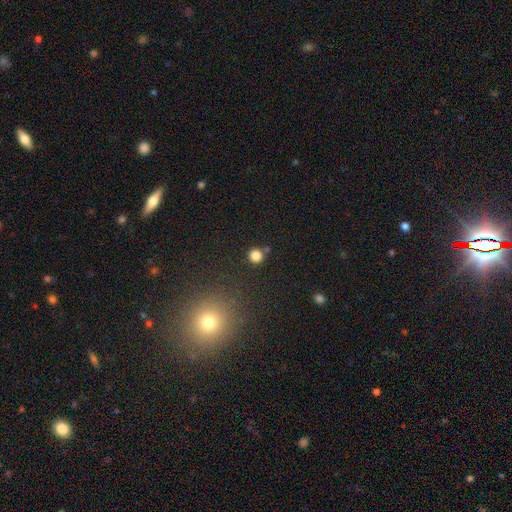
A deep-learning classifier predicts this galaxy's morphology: The model was most divided on "smooth or featured": smooth: 82%, star or artifact: 14%, featured or disk: 5%. More confident: how rounded — round (92%); merging — none (81%).